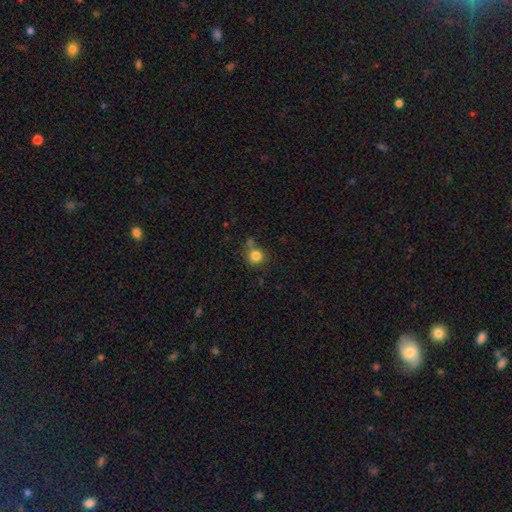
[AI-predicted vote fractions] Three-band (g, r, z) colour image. It shows a smooth galaxy with no disk features (83%) that is round (90%). Merging: none (67%).